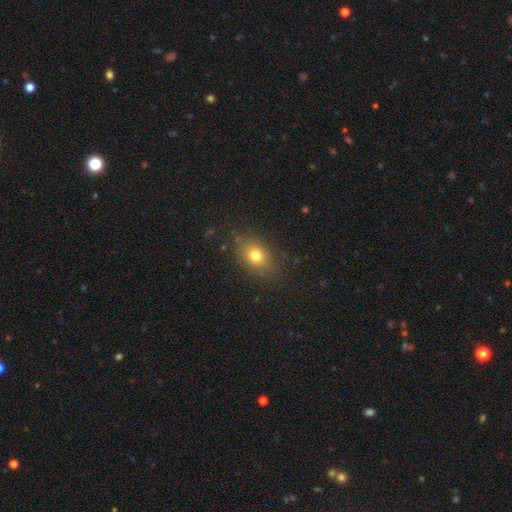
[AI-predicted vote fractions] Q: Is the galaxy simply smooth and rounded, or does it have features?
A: smooth — 77%.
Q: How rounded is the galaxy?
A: in between — 64%.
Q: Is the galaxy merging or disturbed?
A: none — 83%.